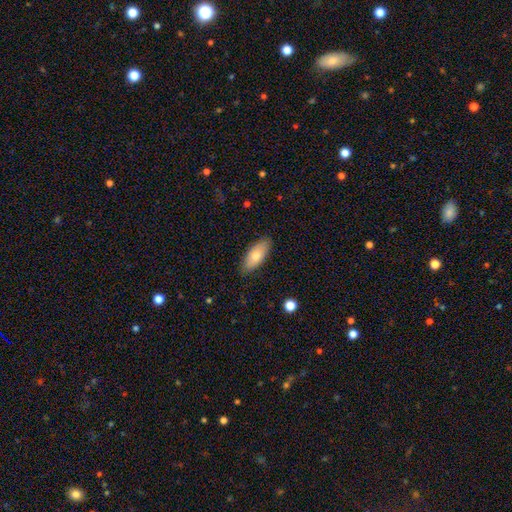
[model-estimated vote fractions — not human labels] Q: Smooth or featured?
A: smooth (77%); runner-up: featured or disk (17%)
Q: How rounded?
A: in between (82%); runner-up: cigar-shaped (16%)
Q: Merging?
A: none (85%); runner-up: minor disturbance (12%)